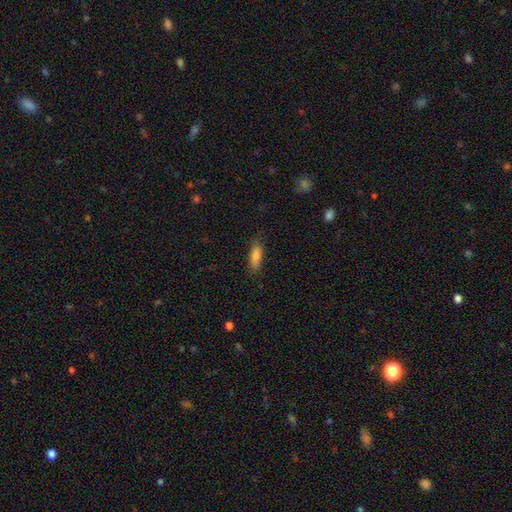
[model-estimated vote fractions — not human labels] Smooth or featured? Predicted: smooth (p=0.80). How rounded? Predicted: in between (p=0.50). Merging? Predicted: none (p=0.82).